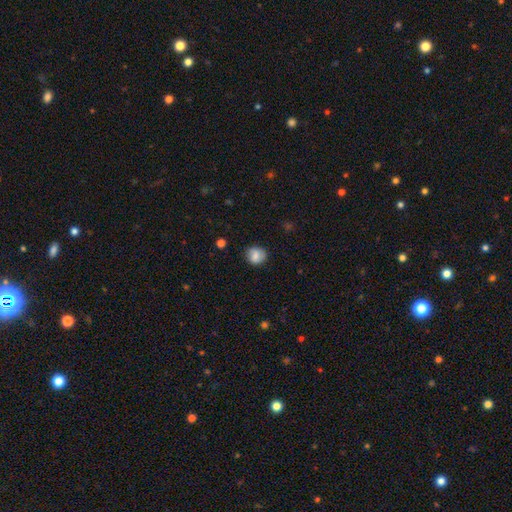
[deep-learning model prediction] Q: Smooth or featured?
A: smooth (81%); runner-up: featured or disk (11%)
Q: How rounded?
A: round (81%); runner-up: in between (18%)
Q: Merging?
A: none (82%); runner-up: minor disturbance (13%)